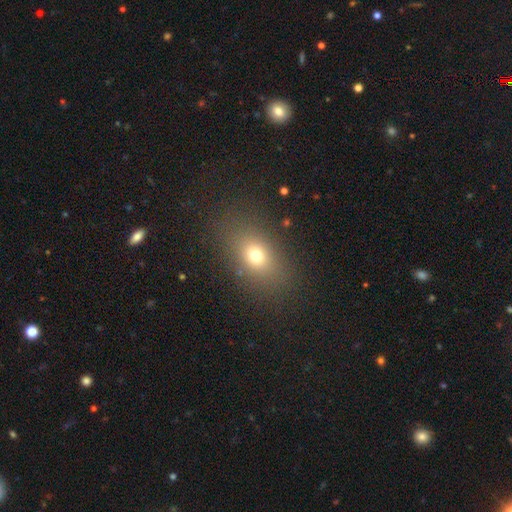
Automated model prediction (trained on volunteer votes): smooth 70%, star or artifact 17%, featured or disk 13%. Down the decision tree: how rounded — in between (69%); merging — none (81%).